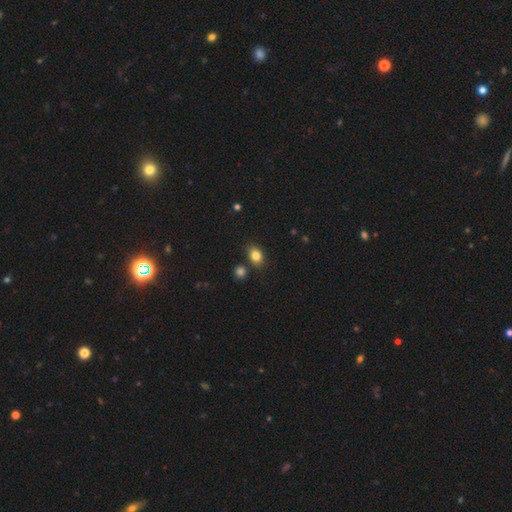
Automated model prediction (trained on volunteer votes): The model was most divided on "how rounded": in between: 69%, round: 29%, cigar-shaped: 1%. More confident: smooth or featured — smooth (83%); merging — none (78%).